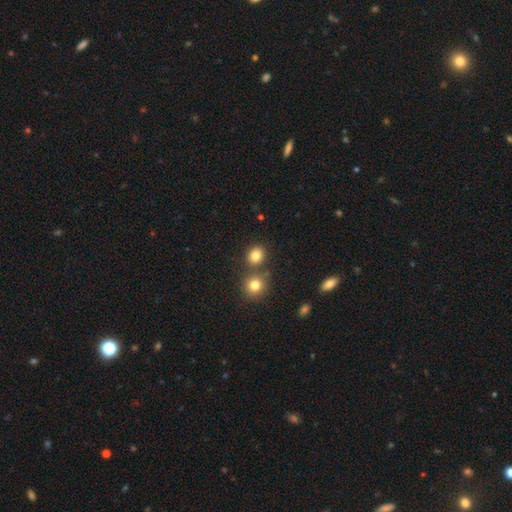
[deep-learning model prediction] smooth 82%, star or artifact 12%, featured or disk 6%. Down the decision tree: how rounded — round (76%); merging — none (73%).